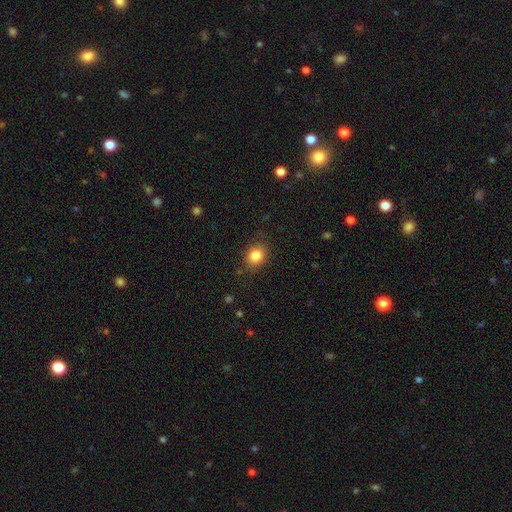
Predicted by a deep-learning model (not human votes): Overall: smooth (84%). How rounded: round (64%; in between 35%). Merging: none (84%).